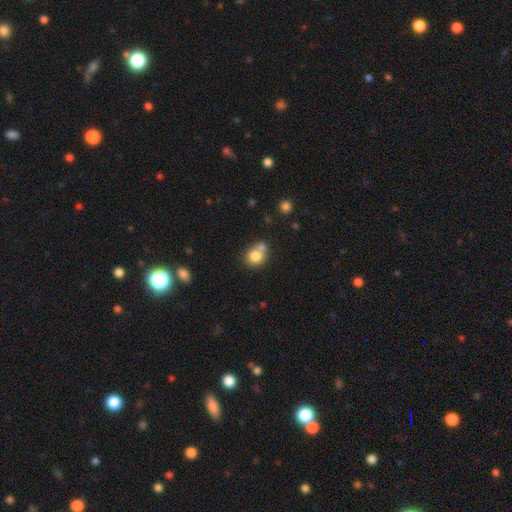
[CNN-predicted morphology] Overall: smooth (79%). How rounded: round (72%). Merging: none (42%, tied with merger).